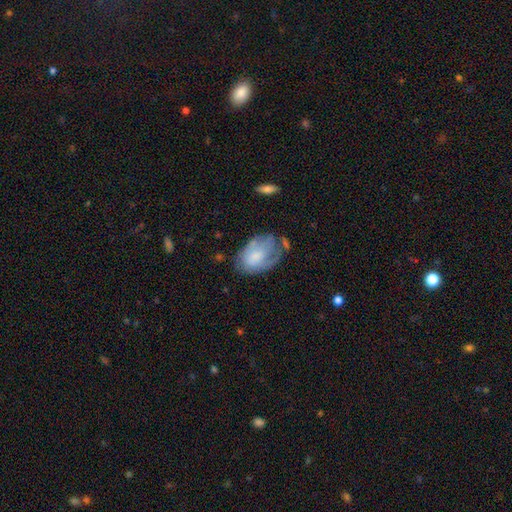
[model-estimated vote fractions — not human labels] Smooth or featured: smooth — 51% (featured or disk — 42%)
How rounded: in between — 87% (round — 12%)
Merging: none — 39% (minor disturbance — 32%)